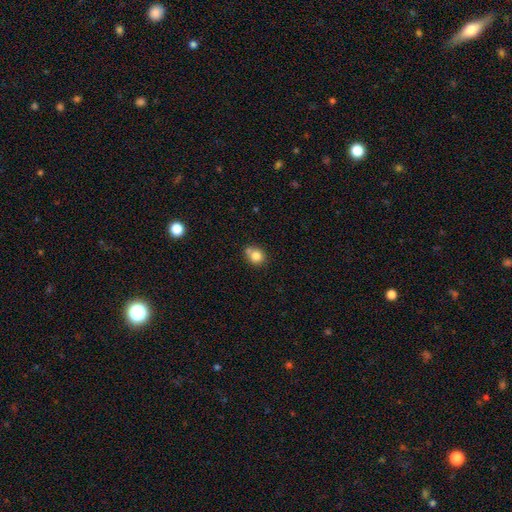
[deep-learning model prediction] Morphology: type=smooth (81%); roundness=round (76%); merging=none (57%).